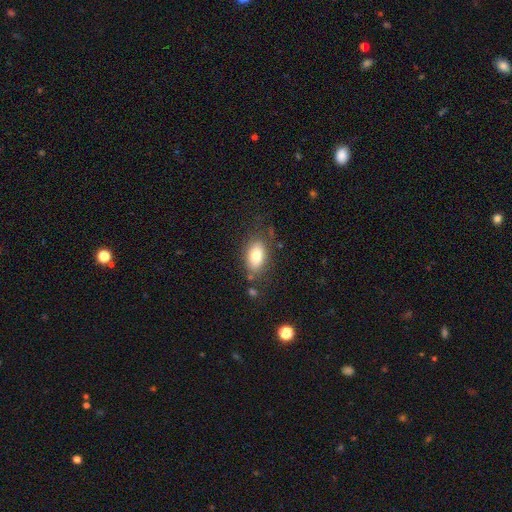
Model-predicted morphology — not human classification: type=smooth (77%); roundness=in between (89%); merging=none (74%).